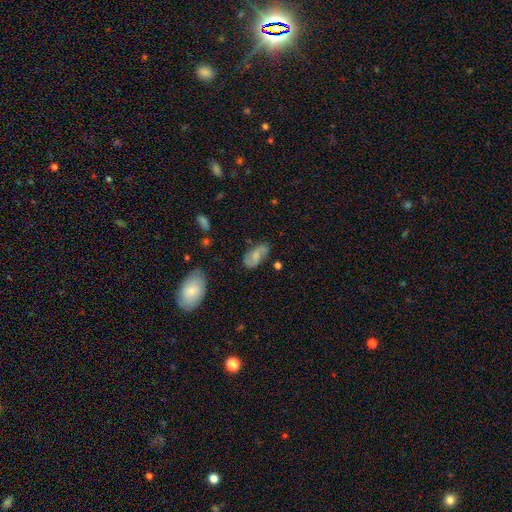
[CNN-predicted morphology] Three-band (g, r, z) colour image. It shows a smooth galaxy with no disk features (46%). Merging: none (59%).